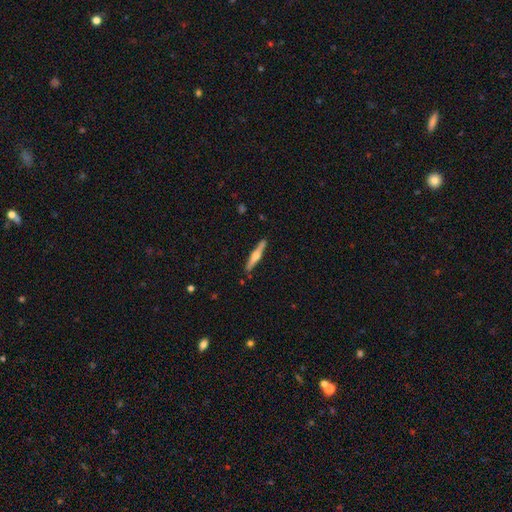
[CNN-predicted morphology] A featured or disk galaxy (62%) viewed edge-on (97%) with a rounded central bulge (86%). Merging: none (88%).